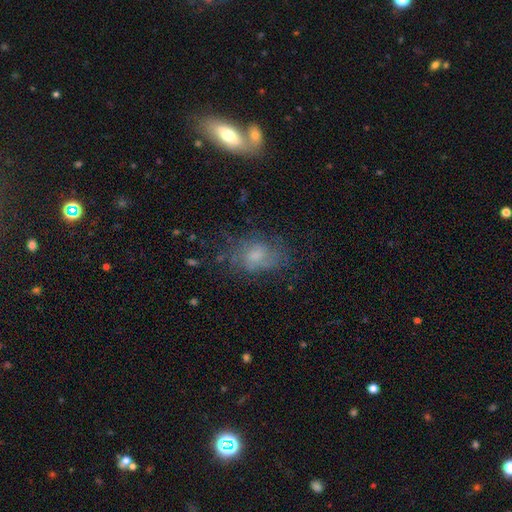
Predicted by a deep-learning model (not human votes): smooth-or-featured: smooth: 49% | featured or disk: 37% | star or artifact: 14%
  merging: none: 59% | minor disturbance: 23% | major disturbance: 15% | merger: 4%